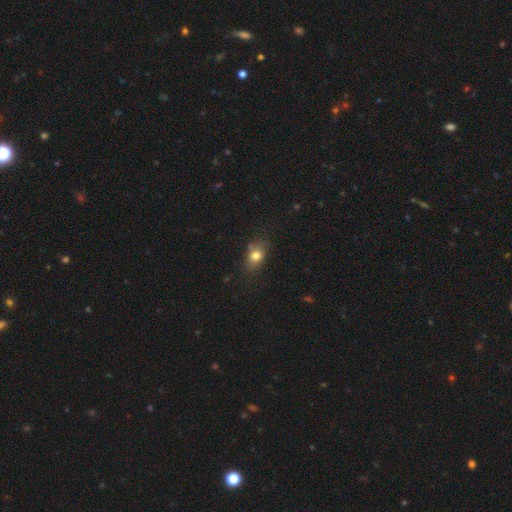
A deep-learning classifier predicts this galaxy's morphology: The model was most divided on "how rounded": in between: 65%, round: 32%, cigar-shaped: 3%. More confident: smooth or featured — smooth (77%); merging — none (72%).